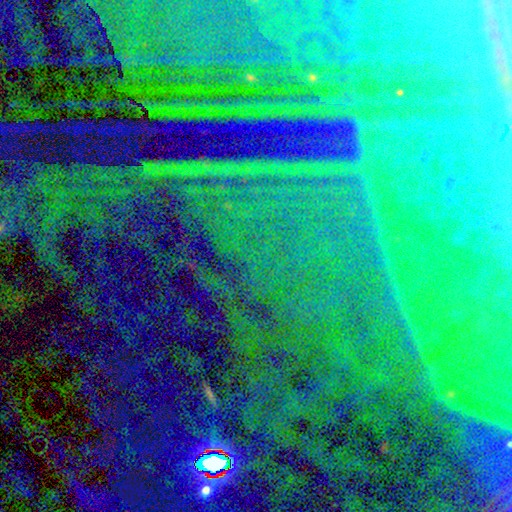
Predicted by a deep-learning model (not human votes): A star or artifact, not a galaxy (88%).